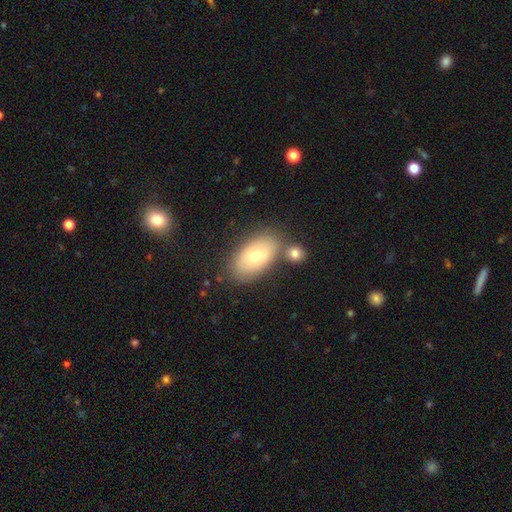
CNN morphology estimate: Q: Smooth or featured?
A: smooth (70%); runner-up: featured or disk (22%)
Q: How rounded?
A: in between (93%); runner-up: round (5%)
Q: Merging?
A: none (69%); runner-up: minor disturbance (14%)